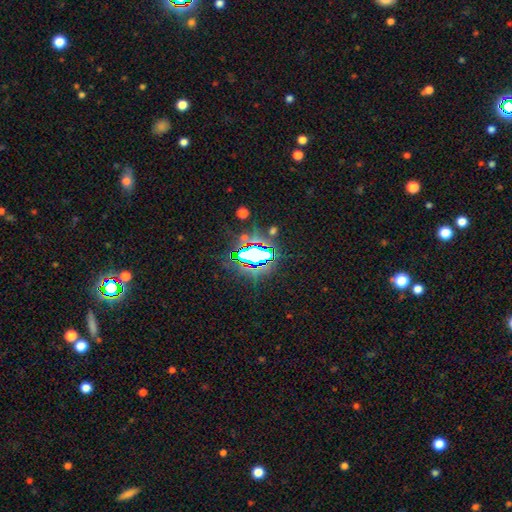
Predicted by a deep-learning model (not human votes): smooth_or_featured: star or artifact (p=0.69) [alt: smooth p=0.18]